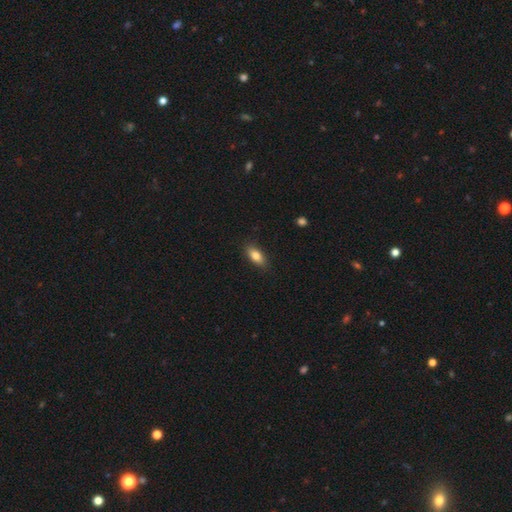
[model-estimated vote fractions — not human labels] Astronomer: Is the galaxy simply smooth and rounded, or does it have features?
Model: smooth — 82%.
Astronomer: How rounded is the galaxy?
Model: in between — 82%.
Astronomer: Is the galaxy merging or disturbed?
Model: none — 86%.